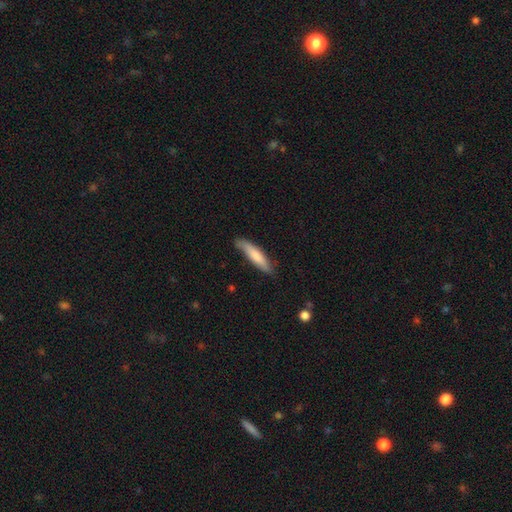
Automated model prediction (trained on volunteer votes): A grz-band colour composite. It shows a smooth galaxy with no disk features (77%) that is cigar-shaped (78%). Merging: none (73%).